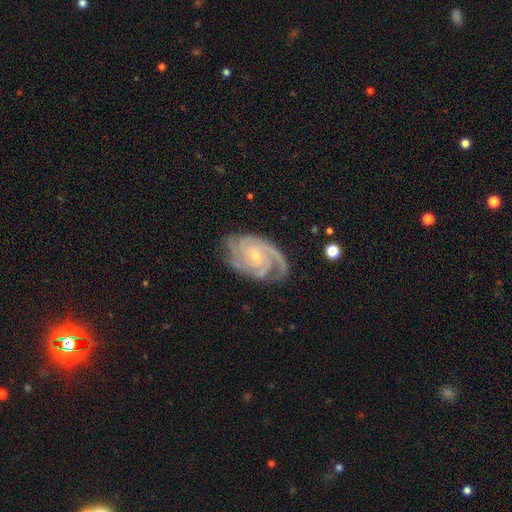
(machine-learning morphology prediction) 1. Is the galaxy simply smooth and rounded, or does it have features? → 92% featured or disk, 4% star or artifact, 4% smooth.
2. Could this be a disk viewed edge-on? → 97% no, 3% yes.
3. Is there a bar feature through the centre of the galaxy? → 64% no, 28% weak, 7% strong.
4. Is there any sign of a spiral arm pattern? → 98% yes, 2% no.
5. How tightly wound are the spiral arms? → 64% tight, 31% medium, 4% loose.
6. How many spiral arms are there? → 44% 3, 24% 2, 12% 4, 10% can't tell, 5% more than 4, 5% 1.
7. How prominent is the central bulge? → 73% small, 24% moderate, 1% none, 1% large, 1% dominant.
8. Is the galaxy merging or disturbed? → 78% none, 16% minor disturbance, 5% major disturbance, 1% merger.